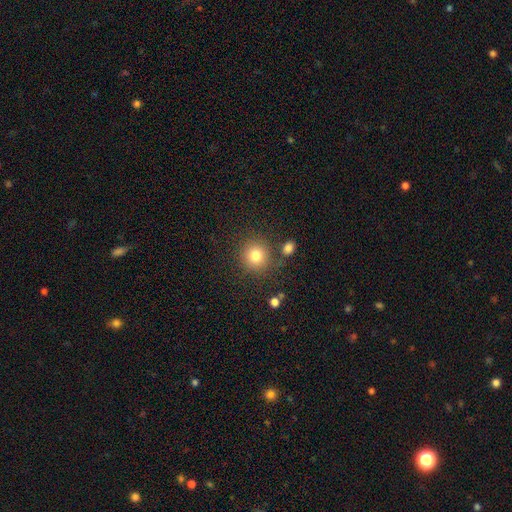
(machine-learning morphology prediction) type=smooth (80%); roundness=round (92%); merging=none (80%).